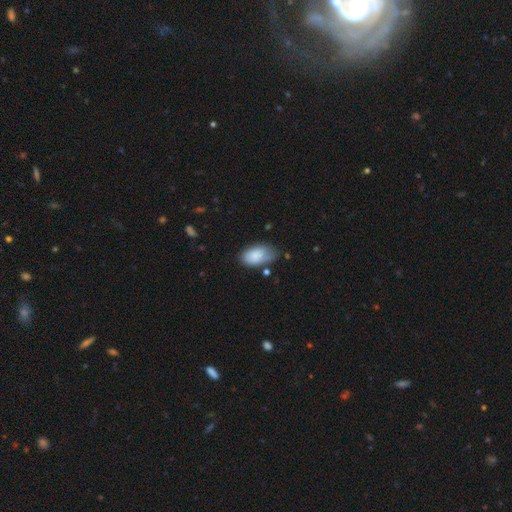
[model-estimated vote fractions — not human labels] A smooth galaxy with no disk features (84%) that is in between round and cigar-shaped (94%).

Vote fractions:
- Smooth or featured? smooth: 84% / featured or disk: 10% / star or artifact: 7%
- How rounded? in between: 94% / round: 4% / cigar-shaped: 2%
- Merging? none: 56% / minor disturbance: 32% / major disturbance: 8% / merger: 4%